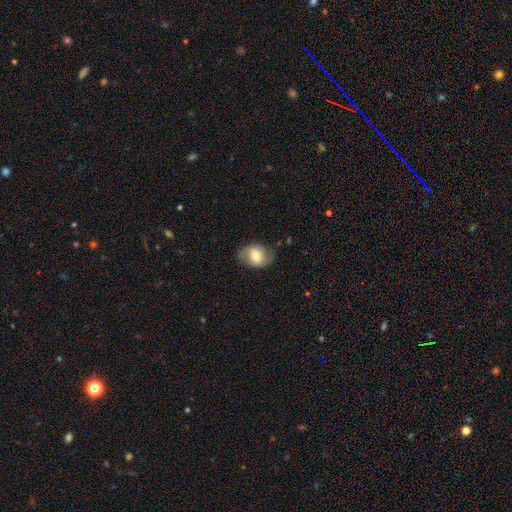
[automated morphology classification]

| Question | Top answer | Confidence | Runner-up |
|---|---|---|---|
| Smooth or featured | smooth | 57% | featured or disk (35%) |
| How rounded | in between | 61% | round (37%) |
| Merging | none | 72% | minor disturbance (19%) |